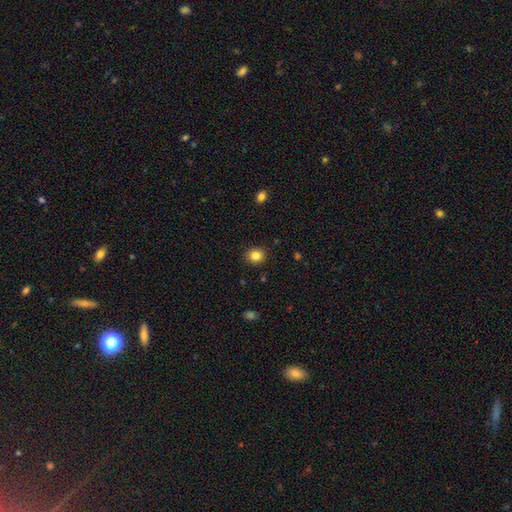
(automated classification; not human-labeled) A smooth galaxy with no disk features (84%) that is round (77%). Merging: none (89%).